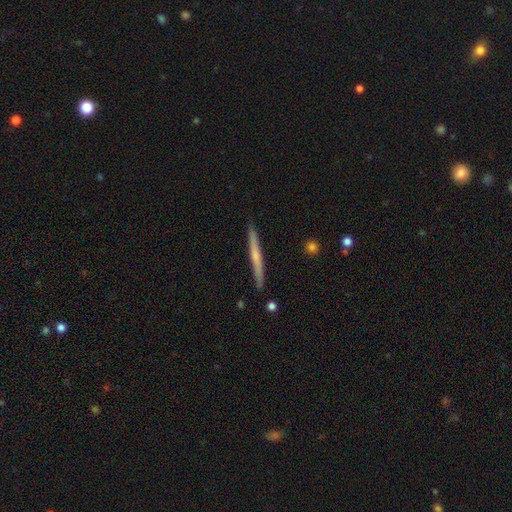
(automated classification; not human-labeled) This is possibly a featured or disk galaxy (51%). It is clearly viewed edge-on (97%). Merging: clearly none (90%).